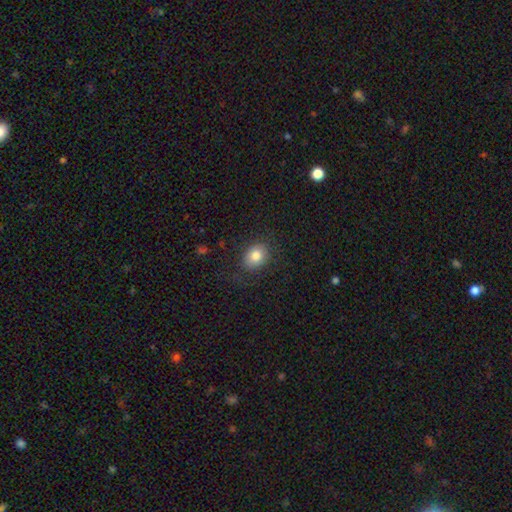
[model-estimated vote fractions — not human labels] Smooth or featured? smooth (81%)
How rounded? in between (53%)
Merging? none (80%)